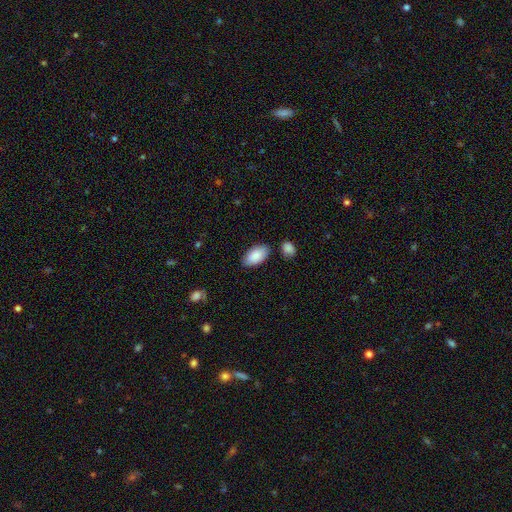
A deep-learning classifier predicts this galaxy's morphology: smooth-or-featured: smooth: 88% | featured or disk: 7% | star or artifact: 6%
  how-rounded: in between: 96% | round: 2% | cigar-shaped: 2%
  merging: none: 80% | minor disturbance: 12% | merger: 5% | major disturbance: 3%